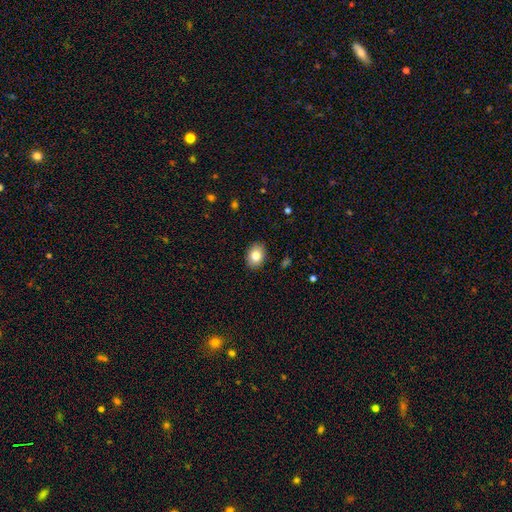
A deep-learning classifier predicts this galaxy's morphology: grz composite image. It shows a smooth galaxy with no disk features (81%) that is in between round and cigar-shaped (68%). Merging: none (88%).